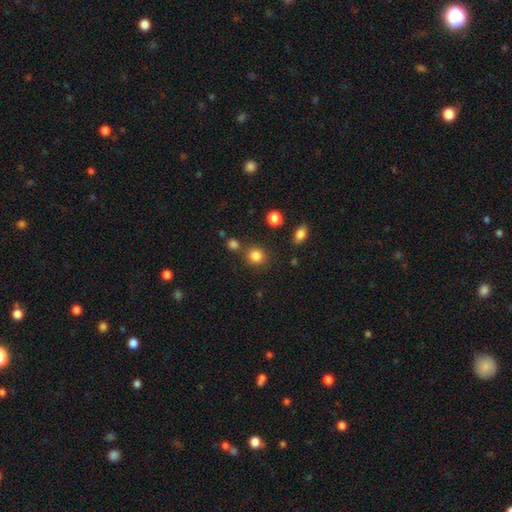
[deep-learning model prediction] Morphology: type=smooth (84%); roundness=round (85%); merging=none (77%).